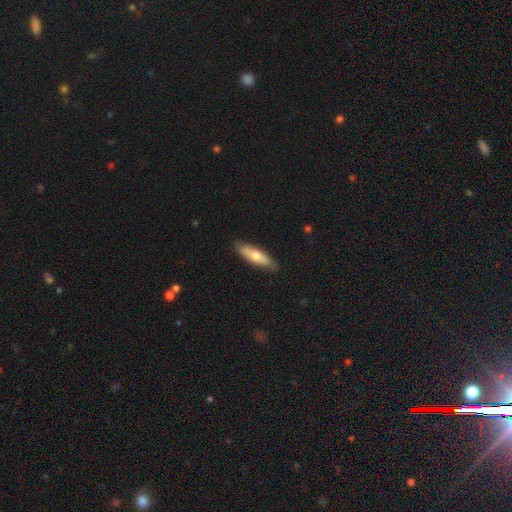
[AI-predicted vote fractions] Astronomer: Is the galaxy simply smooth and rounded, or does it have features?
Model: smooth — 64%.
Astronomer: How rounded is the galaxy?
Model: cigar-shaped — 58% (runner-up: in between, 40%).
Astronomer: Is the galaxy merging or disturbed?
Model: none — 85%.